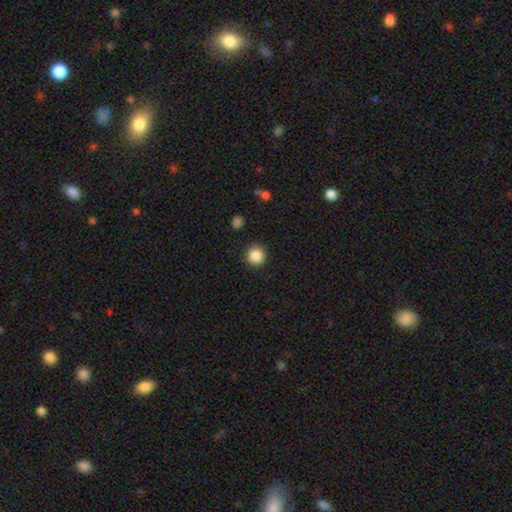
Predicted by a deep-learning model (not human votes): Overall: smooth (86%). How rounded: round (94%). Merging: none (91%).